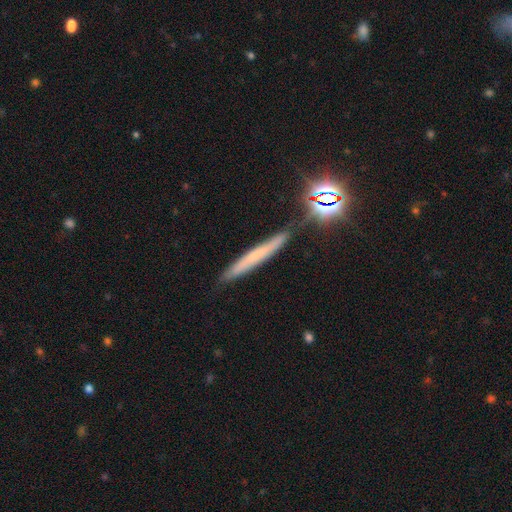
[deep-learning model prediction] This appears to be a smooth galaxy with no disk features (48%). Merging: none (85%).